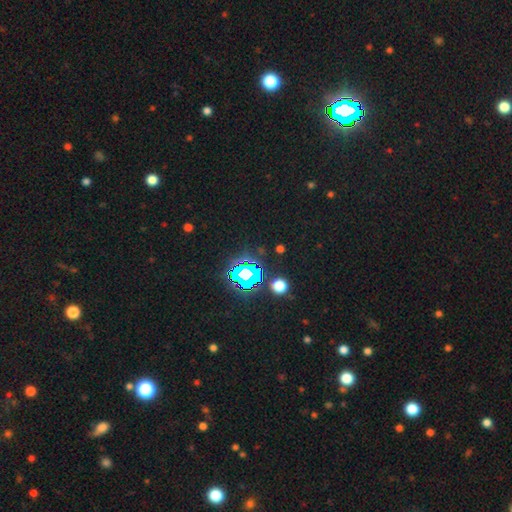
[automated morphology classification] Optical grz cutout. It shows a star or artifact, not a galaxy (84%).